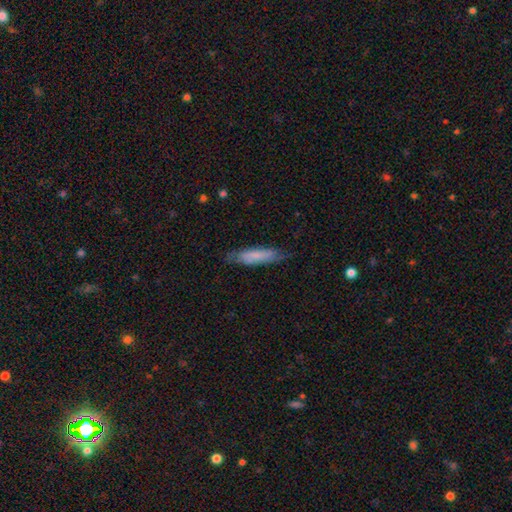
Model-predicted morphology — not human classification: smooth 65%, featured or disk 29%, star or artifact 6%. Down the decision tree: how rounded — cigar-shaped (72%); merging — none (74%).